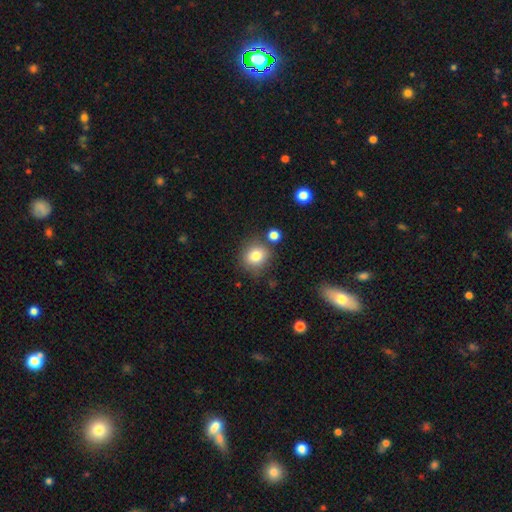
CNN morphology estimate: type=smooth (80%); roundness=round (80%); merging=none (76%).